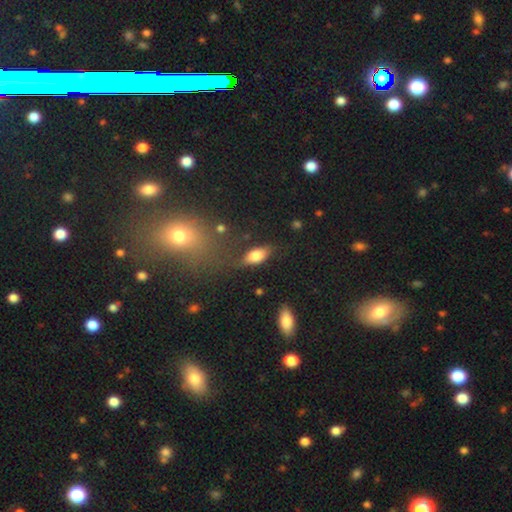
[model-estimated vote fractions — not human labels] Smooth or featured? Predicted: smooth (p=0.77). How rounded? Predicted: in between (p=0.86). Merging? Predicted: none (p=0.66).